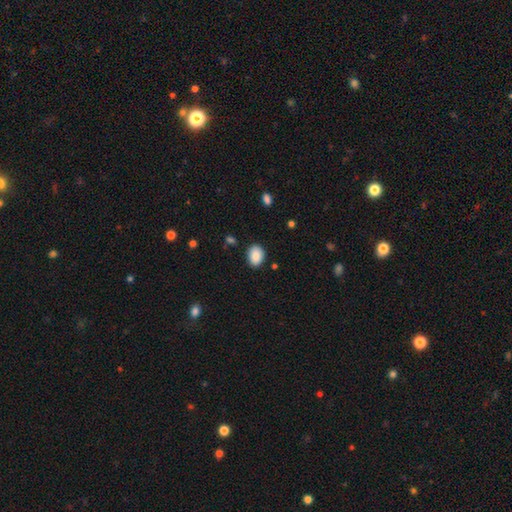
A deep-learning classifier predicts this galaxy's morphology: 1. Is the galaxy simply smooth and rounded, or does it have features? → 88% smooth, 8% star or artifact, 4% featured or disk.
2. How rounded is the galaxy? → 71% in between, 28% round, 1% cigar-shaped.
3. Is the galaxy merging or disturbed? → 86% none, 10% minor disturbance, 2% major disturbance, 2% merger.